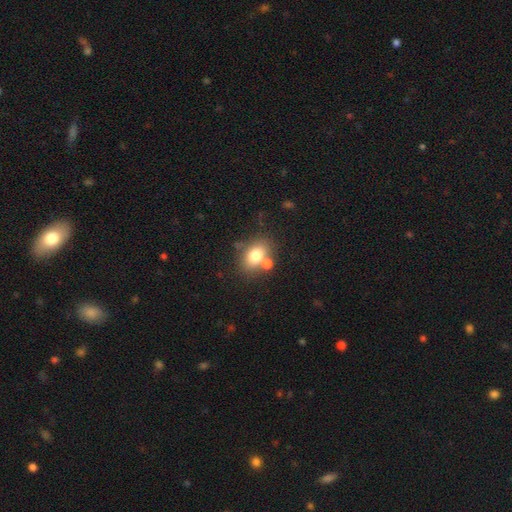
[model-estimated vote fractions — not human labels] smooth-or-featured: smooth: 75% | featured or disk: 14% | star or artifact: 11%
  how-rounded: in between: 69% | round: 30% | cigar-shaped: 1%
  merging: none: 62% | merger: 21% | minor disturbance: 12% | major disturbance: 4%